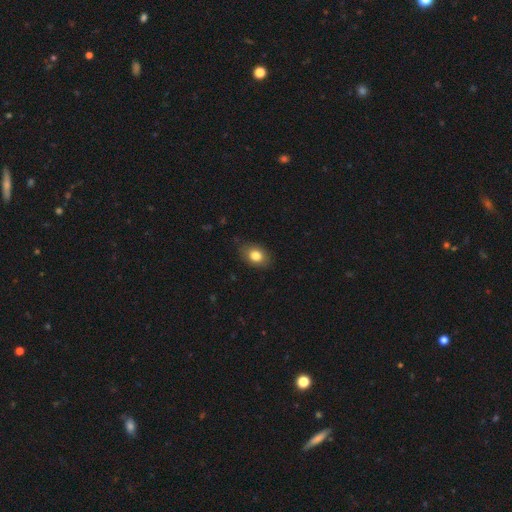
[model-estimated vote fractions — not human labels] This appears to be a smooth galaxy with no disk features (81%) that is in between round and cigar-shaped (74%). Merging: none (82%).